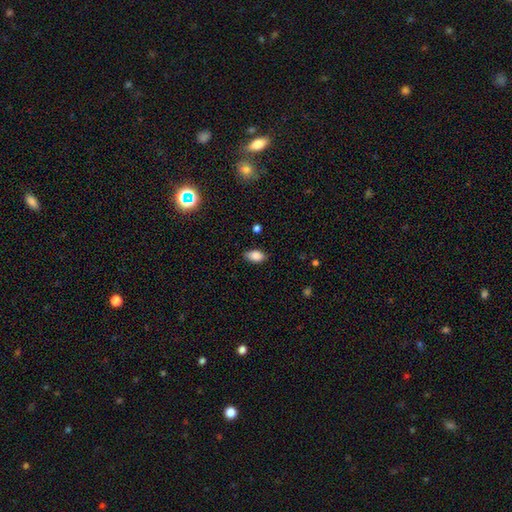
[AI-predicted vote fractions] Smooth or featured?
  - smooth: 85% *
  - star or artifact: 9%
  - featured or disk: 6%
How rounded?
  - in between: 90% *
  - round: 8%
  - cigar-shaped: 3%
Merging?
  - none: 81% *
  - minor disturbance: 15%
  - major disturbance: 3%
  - merger: 1%